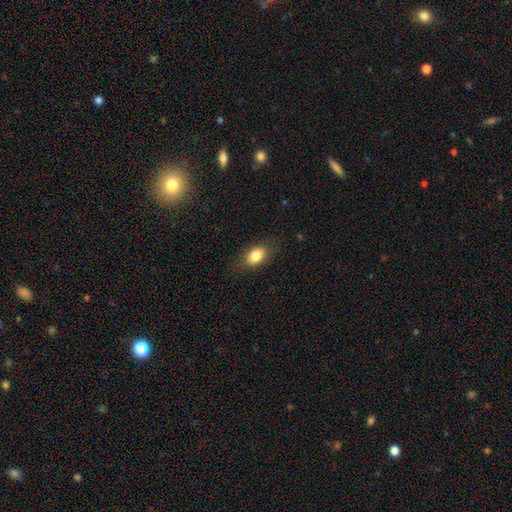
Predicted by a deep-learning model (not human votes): smooth_or_featured: smooth (p=0.81) [alt: featured or disk p=0.11]
how_rounded: in between (p=0.84) [alt: round p=0.14]
merging: none (p=0.82) [alt: minor disturbance p=0.13]